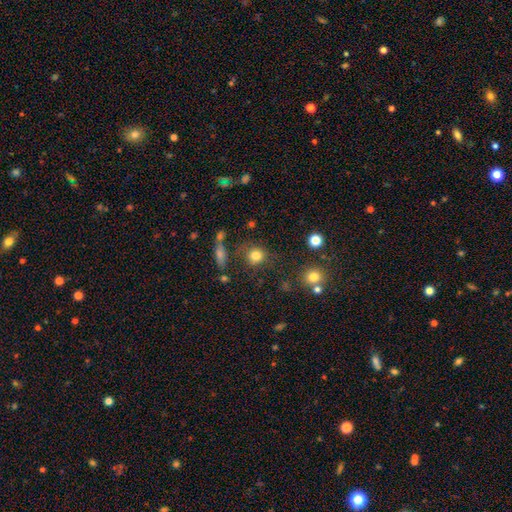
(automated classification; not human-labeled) smooth-or-featured: smooth: 80% | star or artifact: 12% | featured or disk: 7%
  how-rounded: round: 84% | in between: 14% | cigar-shaped: 1%
  merging: none: 73% | minor disturbance: 14% | merger: 8% | major disturbance: 6%